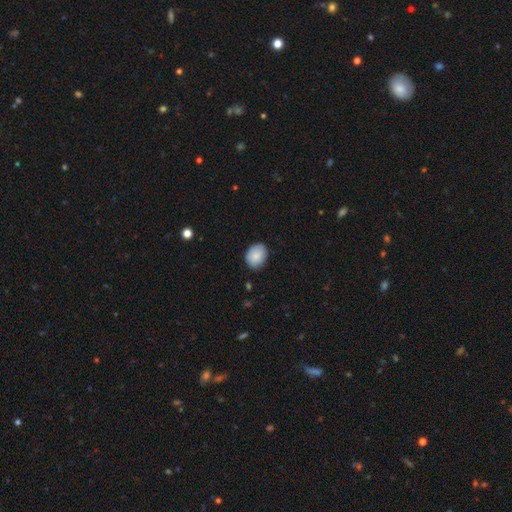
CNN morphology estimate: smooth-or-featured: smooth: 84% | featured or disk: 9% | star or artifact: 7%
  how-rounded: in between: 60% | round: 39% | cigar-shaped: 1%
  merging: none: 81% | minor disturbance: 16% | major disturbance: 3% | merger: 1%